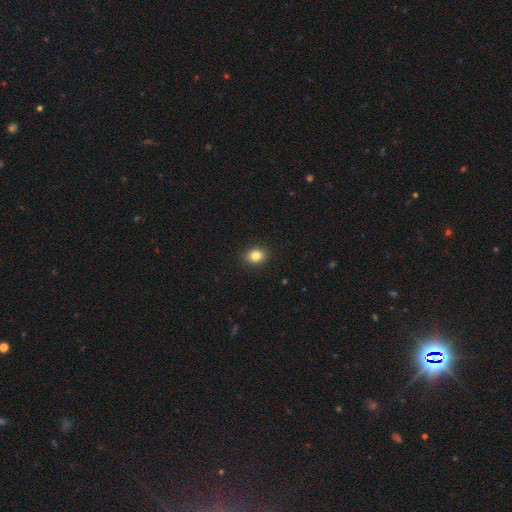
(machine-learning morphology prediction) Smooth or featured: smooth — 84% (star or artifact — 10%)
How rounded: round — 54% (in between — 45%)
Merging: none — 91% (minor disturbance — 6%)